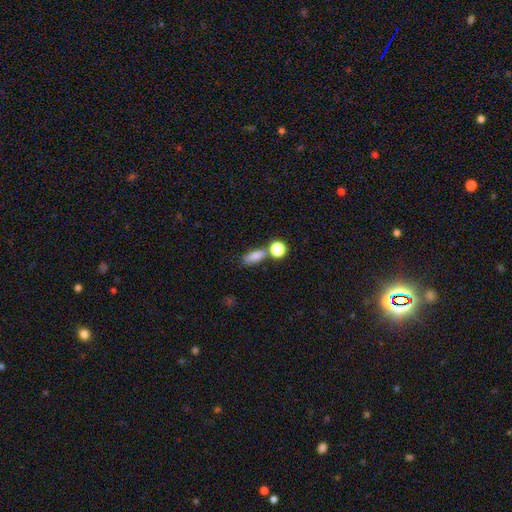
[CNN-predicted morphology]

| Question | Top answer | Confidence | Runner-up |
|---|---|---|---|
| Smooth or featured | smooth | 79% | star or artifact (12%) |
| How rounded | in between | 66% | cigar-shaped (21%) |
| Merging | none | 63% | merger (20%) |